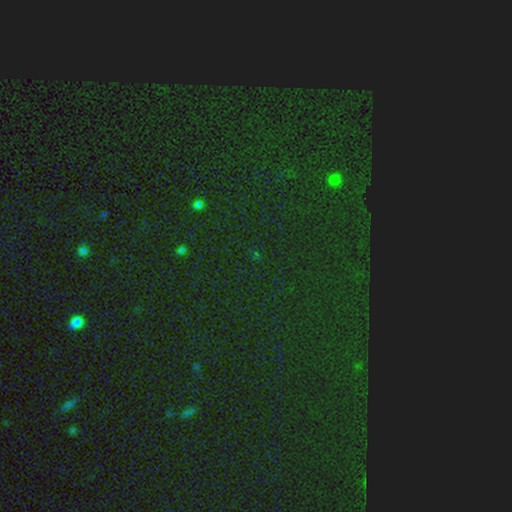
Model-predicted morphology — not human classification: star or artifact 79%, smooth 14%, featured or disk 7%.